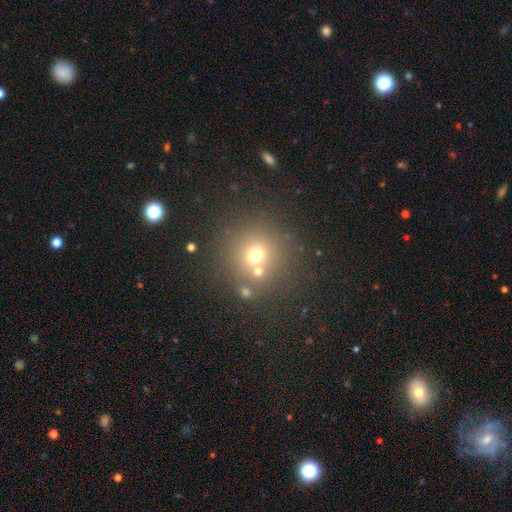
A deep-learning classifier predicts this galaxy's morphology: smooth_or_featured: smooth (p=0.65) [alt: star or artifact p=0.22]
how_rounded: round (p=0.91) [alt: in between p=0.09]
merging: none (p=0.67) [alt: merger p=0.20]